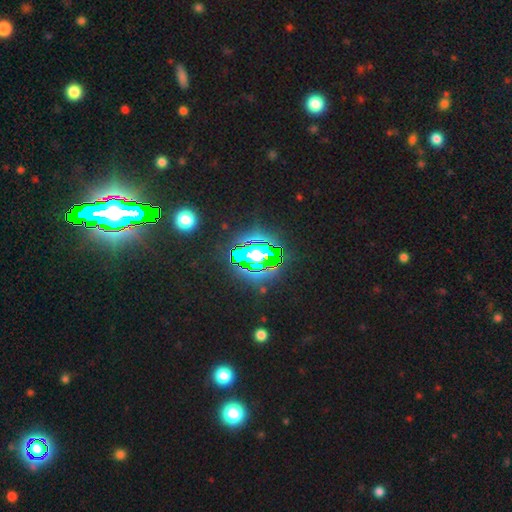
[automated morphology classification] Smooth or featured?
  - star or artifact: 71% *
  - smooth: 16%
  - featured or disk: 13%